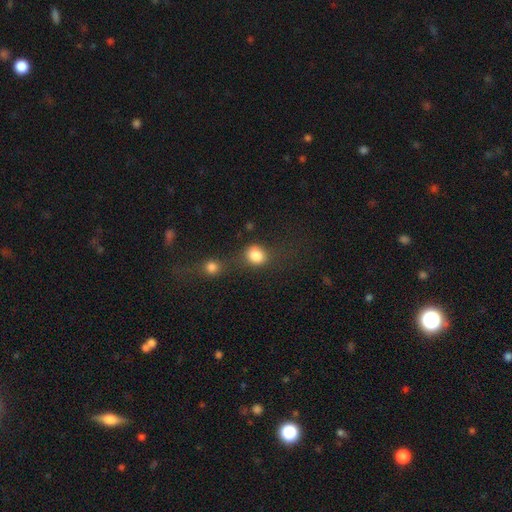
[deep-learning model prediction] smooth-or-featured: smooth: 83% | star or artifact: 10% | featured or disk: 6%
  how-rounded: round: 68% | in between: 30% | cigar-shaped: 1%
  merging: none: 49% | merger: 28% | minor disturbance: 14% | major disturbance: 9%